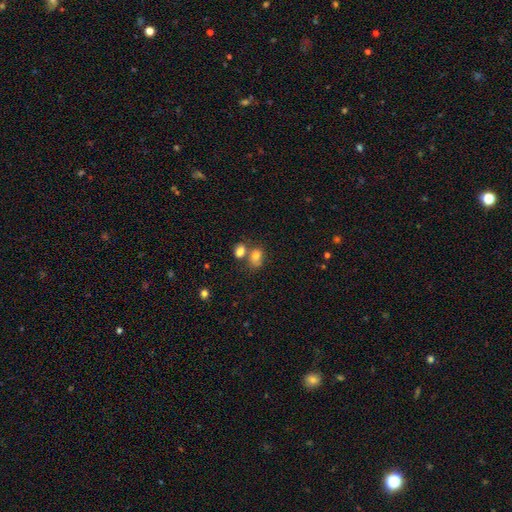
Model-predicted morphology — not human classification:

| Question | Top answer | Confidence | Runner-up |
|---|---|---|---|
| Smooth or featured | smooth | 79% | star or artifact (11%) |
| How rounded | in between | 65% | round (34%) |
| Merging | merger | 43% | none (39%) |